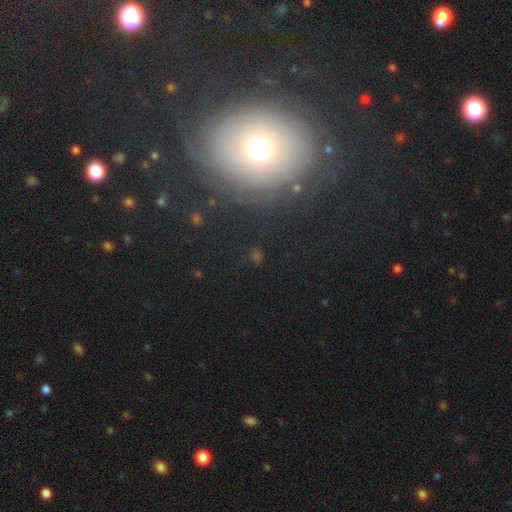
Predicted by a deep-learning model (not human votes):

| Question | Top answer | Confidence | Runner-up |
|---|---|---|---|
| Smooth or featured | star or artifact | 49% | smooth (35%) |